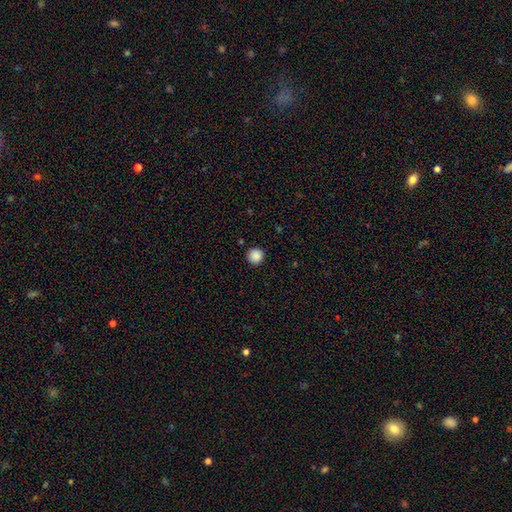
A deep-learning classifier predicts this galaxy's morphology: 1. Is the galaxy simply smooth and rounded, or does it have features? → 88% smooth, 10% star or artifact, 3% featured or disk.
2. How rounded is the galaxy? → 95% round, 4% in between, 1% cigar-shaped.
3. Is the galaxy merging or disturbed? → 92% none, 5% minor disturbance, 2% major disturbance, 1% merger.